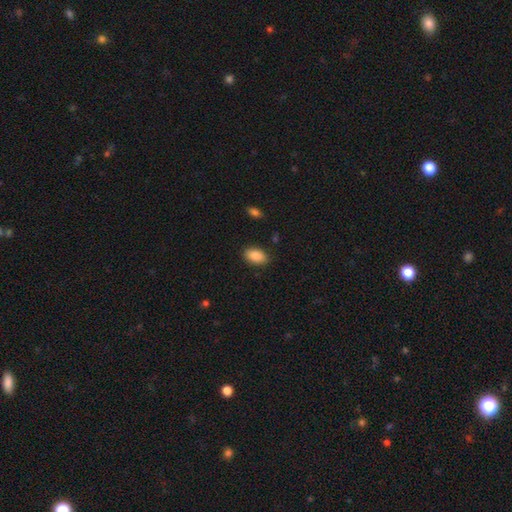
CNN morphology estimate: Smooth or featured? smooth (89%)
How rounded? in between (92%)
Merging? none (87%)